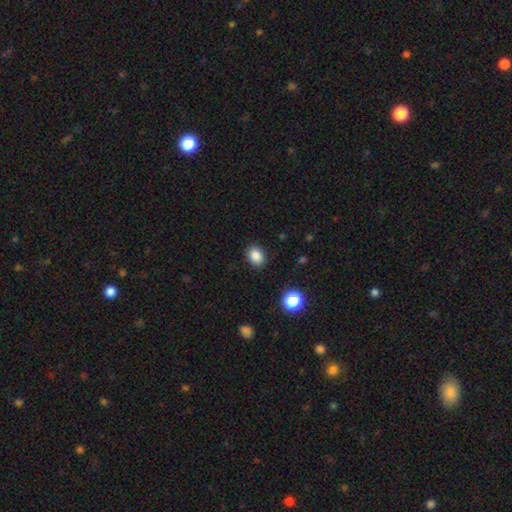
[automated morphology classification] This is clearly a smooth galaxy (86%). How rounded: likely in between (62%). Merging: clearly none (88%).